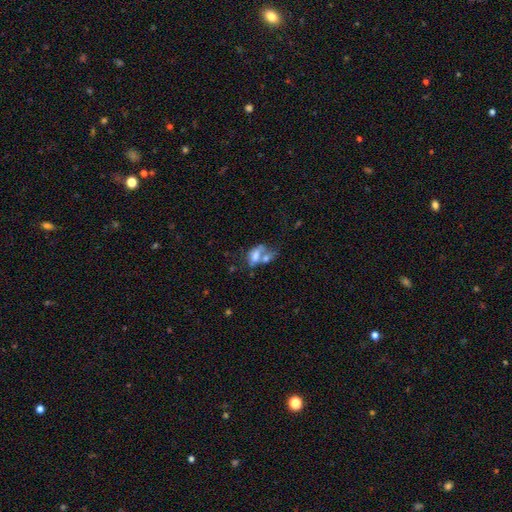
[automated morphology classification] smooth-or-featured: smooth: 58% | featured or disk: 30% | star or artifact: 12%
  how-rounded: in between: 84% | round: 13% | cigar-shaped: 3%
  merging: merger: 58% | none: 17% | major disturbance: 14% | minor disturbance: 10%